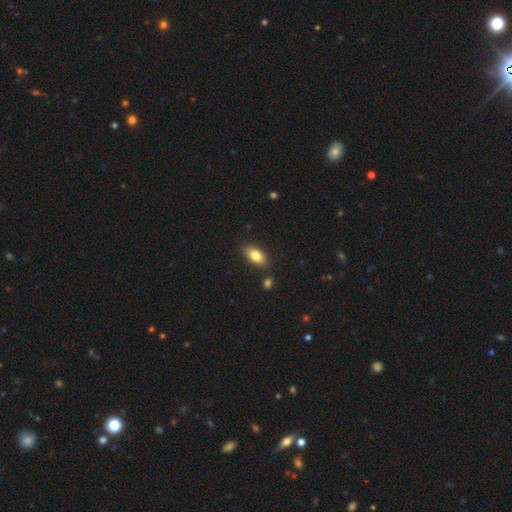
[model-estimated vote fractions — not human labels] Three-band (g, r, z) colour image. It shows a smooth galaxy with no disk features (83%) that is in between round and cigar-shaped (91%). Merging: none (83%).